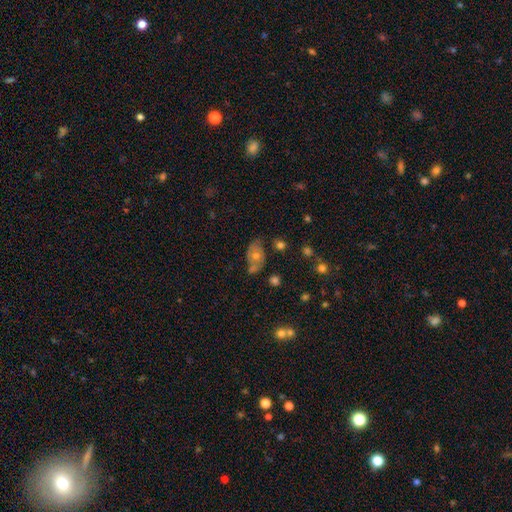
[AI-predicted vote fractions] This is possibly a smooth galaxy (46%). Merging: possibly none (56%).